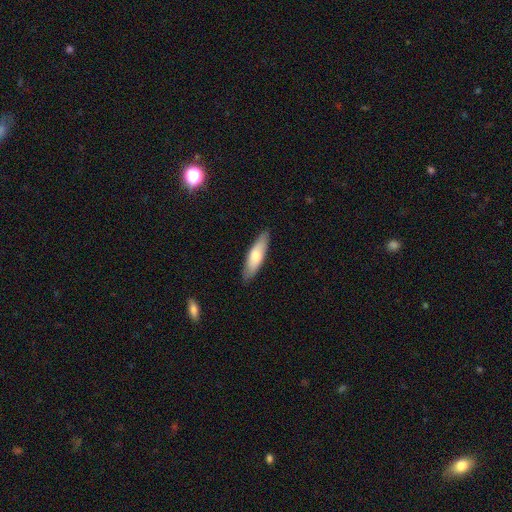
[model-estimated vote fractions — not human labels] smooth-or-featured: smooth: 66% | featured or disk: 29% | star or artifact: 5%
  how-rounded: cigar-shaped: 57% | in between: 41% | round: 2%
  merging: none: 88% | minor disturbance: 9% | major disturbance: 2% | merger: 1%